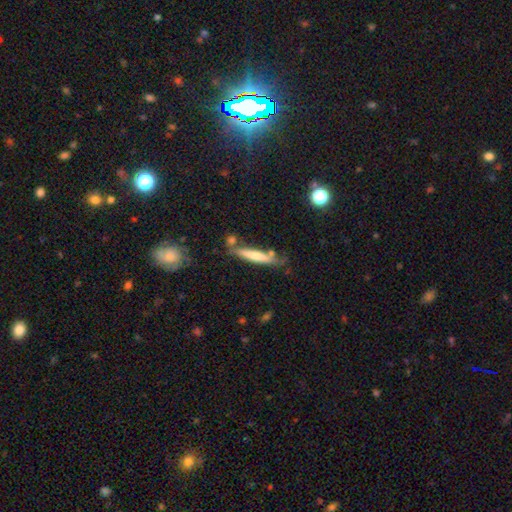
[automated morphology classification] smooth 58%, featured or disk 35%, star or artifact 6%. Down the decision tree: how rounded — cigar-shaped (89%); merging — none (64%).